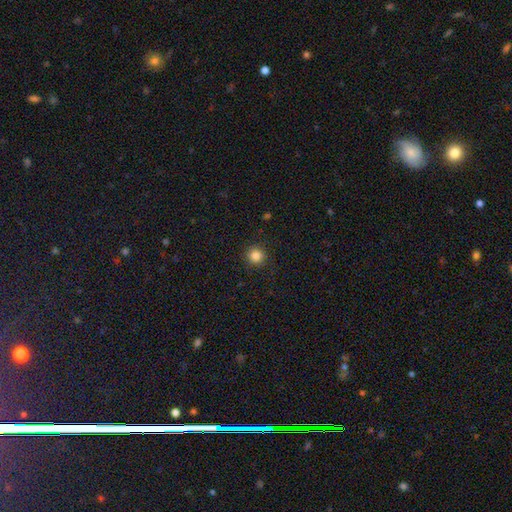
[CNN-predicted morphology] Smooth or featured? smooth (85%)
How rounded? round (95%)
Merging? none (91%)